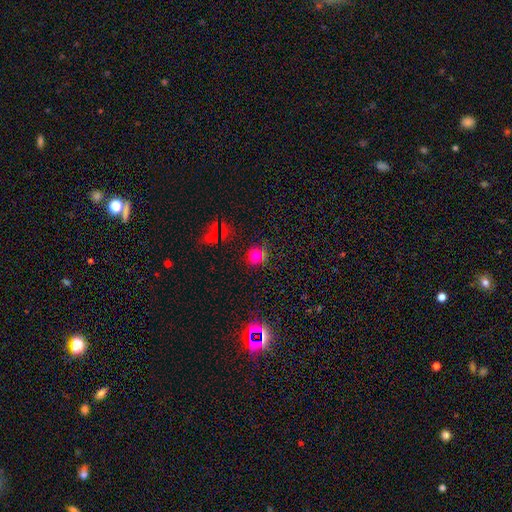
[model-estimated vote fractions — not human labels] Morphology: type=smooth (69%); roundness=round (85%); merging=none (81%).